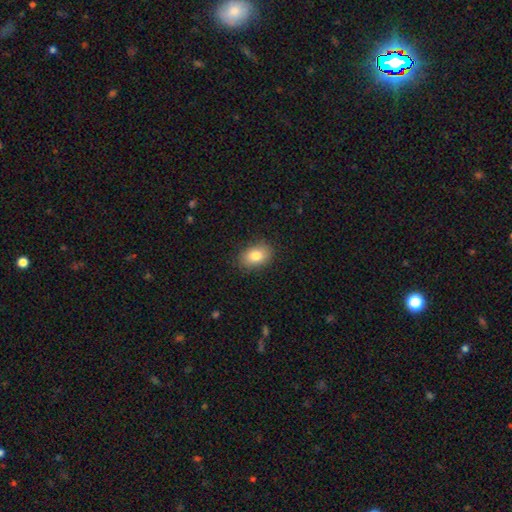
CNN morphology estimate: type=smooth (81%); roundness=in between (82%); merging=none (87%).